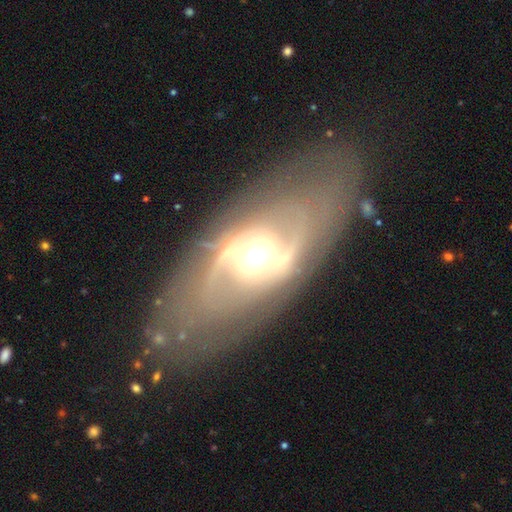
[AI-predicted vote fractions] smooth-or-featured: featured or disk: 86% | smooth: 8% | star or artifact: 6%
  disk-edge-on: no: 94% | yes: 6%
    bar: no: 43% | weak: 39% | strong: 19%
    has-spiral-arms: yes: 91% | no: 9%
      spiral-winding: medium: 44% | loose: 33% | tight: 23%
      spiral-arm-count: 2: 87% | can't tell: 6% | 1: 2% | 3: 2% | 4: 2% | more than 4: 1%
    bulge-size: moderate: 59% | large: 27% | small: 9% | dominant: 4% | none: 1%
  merging: none: 70% | minor disturbance: 16% | major disturbance: 12% | merger: 3%